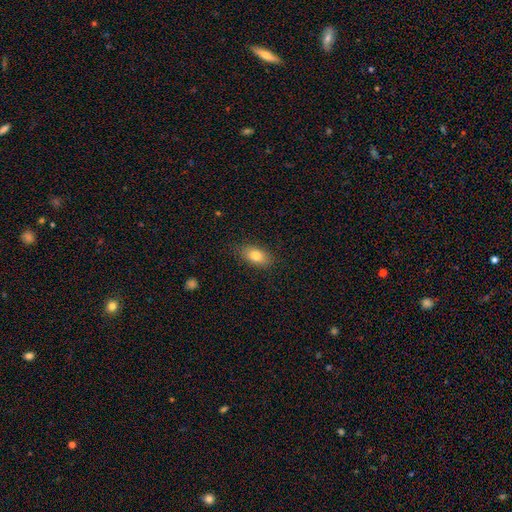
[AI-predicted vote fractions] This appears to be a smooth galaxy with no disk features (81%) that is in between round and cigar-shaped (89%). Merging: none (84%).